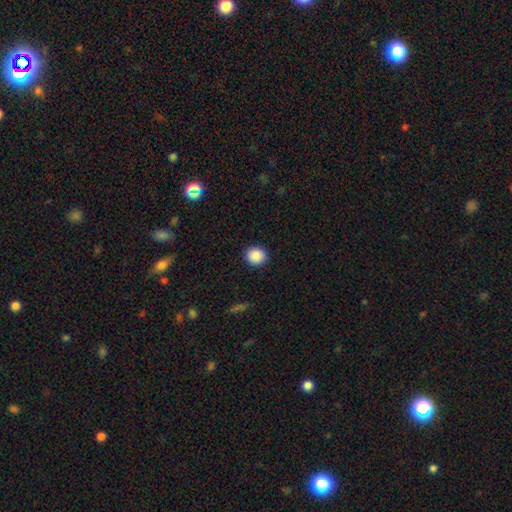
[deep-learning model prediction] This is clearly a smooth galaxy (88%). How rounded: clearly round (83%). Merging: clearly none (91%).